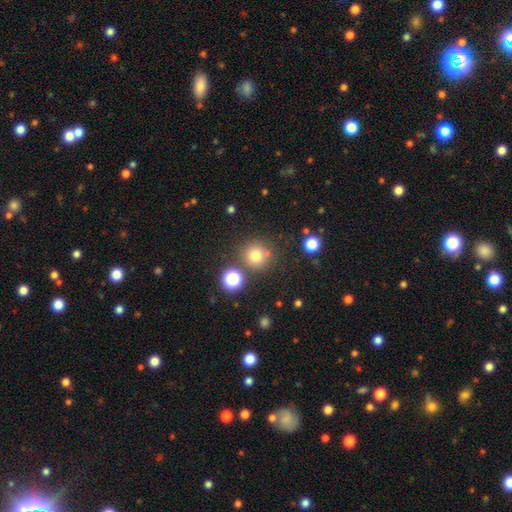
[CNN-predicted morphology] Smooth or featured? Predicted: smooth (p=0.75). How rounded? Predicted: round (p=0.94). Merging? Predicted: none (p=0.78).